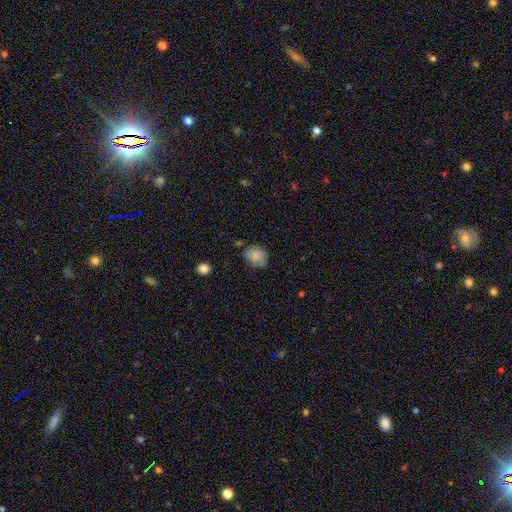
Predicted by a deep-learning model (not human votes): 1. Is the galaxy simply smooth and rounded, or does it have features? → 83% smooth, 8% featured or disk, 8% star or artifact.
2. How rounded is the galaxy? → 50% in between, 49% round, 1% cigar-shaped.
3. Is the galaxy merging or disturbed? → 69% none, 24% minor disturbance, 4% major disturbance, 3% merger.